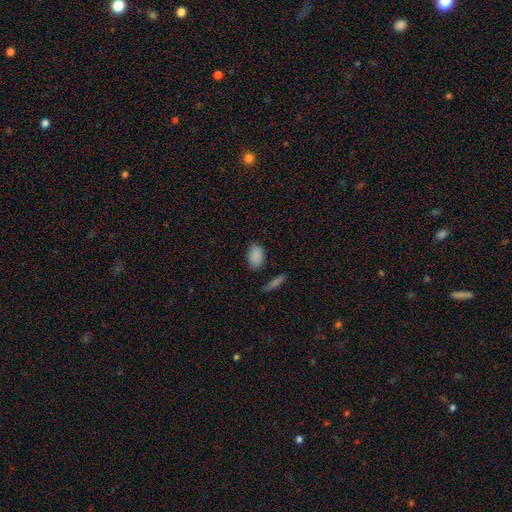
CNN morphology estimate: A smooth galaxy with no disk features (87%) that is in between round and cigar-shaped (88%).

Vote fractions:
- Smooth or featured? smooth: 87% / star or artifact: 9% / featured or disk: 4%
- How rounded? in between: 88% / round: 10% / cigar-shaped: 2%
- Merging? none: 80% / minor disturbance: 14% / merger: 3% / major disturbance: 3%